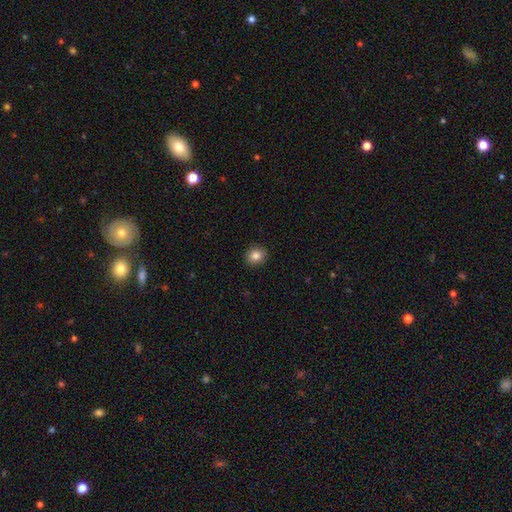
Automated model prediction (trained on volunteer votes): Overall: smooth (84%). How rounded: round (76%). Merging: none (91%).